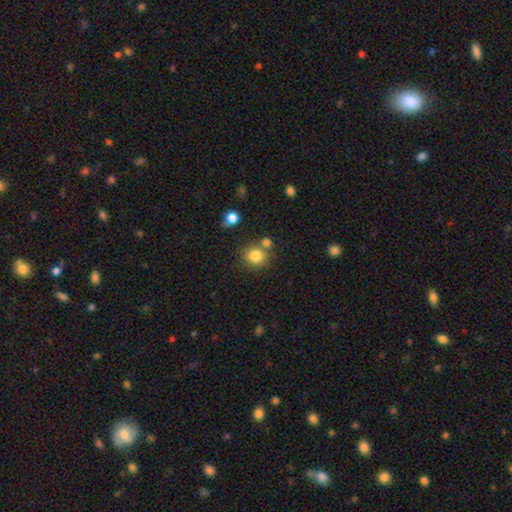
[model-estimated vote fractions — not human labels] Morphology: type=smooth (82%); roundness=round (85%); merging=none (68%).